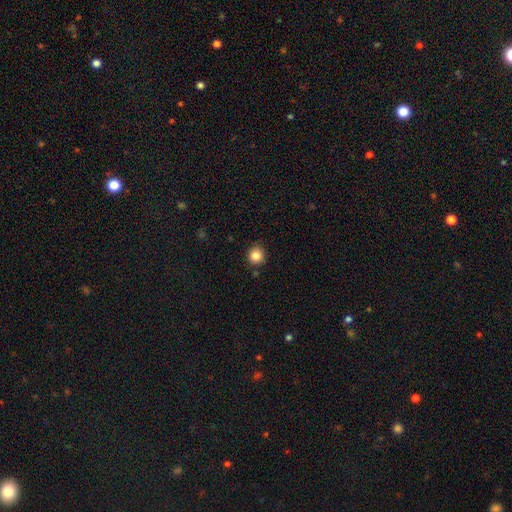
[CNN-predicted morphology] Q: Smooth or featured?
A: smooth (85%); runner-up: star or artifact (11%)
Q: How rounded?
A: round (91%); runner-up: in between (8%)
Q: Merging?
A: none (89%); runner-up: minor disturbance (8%)